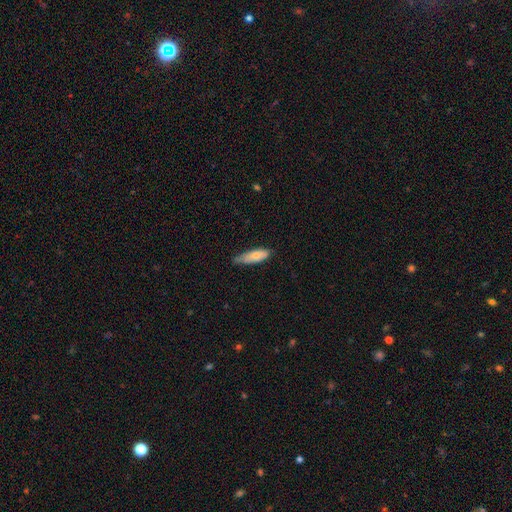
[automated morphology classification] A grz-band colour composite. It shows a smooth galaxy with no disk features (75%) that is in between round and cigar-shaped (54%). Merging: none (52%).